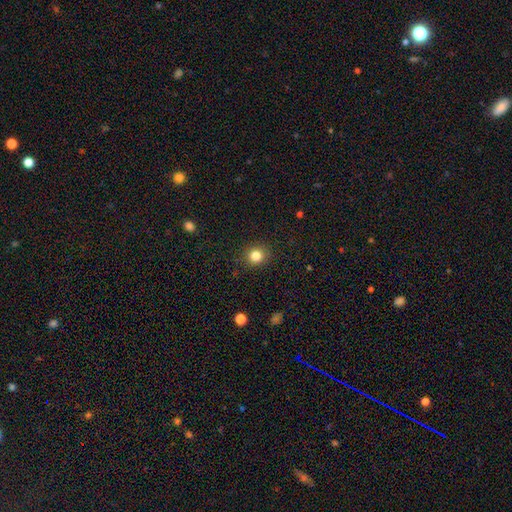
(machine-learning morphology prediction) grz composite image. It shows a smooth galaxy with no disk features (83%) that is round (87%). Merging: none (90%).